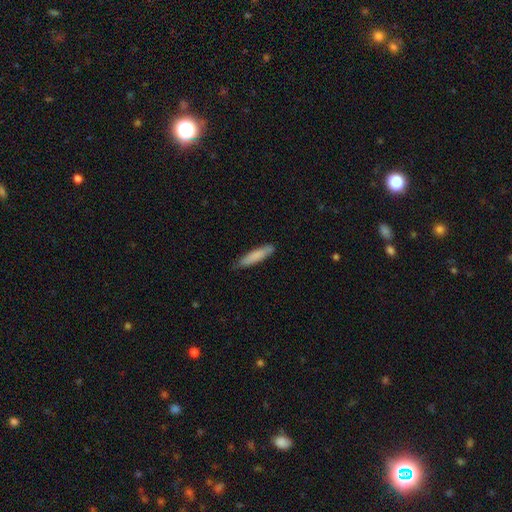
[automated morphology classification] Q: Smooth or featured?
A: smooth (81%); runner-up: featured or disk (14%)
Q: How rounded?
A: cigar-shaped (84%); runner-up: in between (15%)
Q: Merging?
A: none (81%); runner-up: minor disturbance (16%)